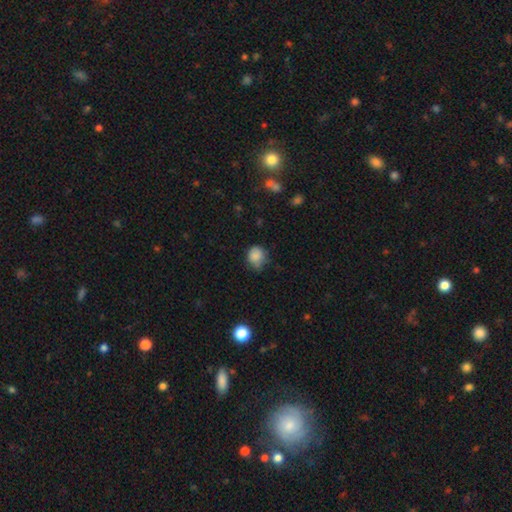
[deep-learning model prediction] A smooth galaxy with no disk features (84%) that is round (77%).

Vote fractions:
- Smooth or featured? smooth: 84% / star or artifact: 10% / featured or disk: 6%
- How rounded? round: 77% / in between: 22% / cigar-shaped: 1%
- Merging? none: 57% / minor disturbance: 33% / major disturbance: 7% / merger: 2%